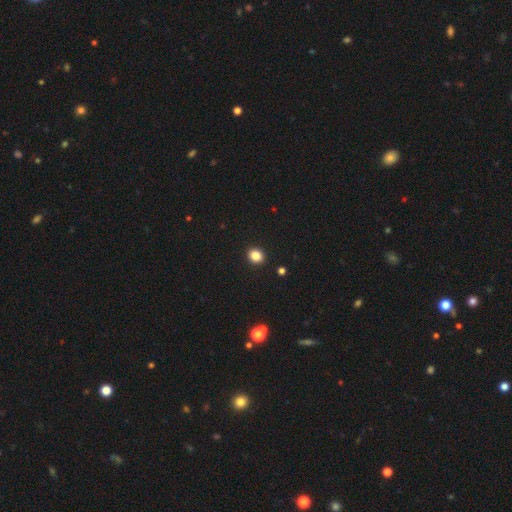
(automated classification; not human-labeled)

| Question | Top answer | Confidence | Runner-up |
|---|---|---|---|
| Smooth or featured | smooth | 85% | star or artifact (11%) |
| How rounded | round | 67% | in between (32%) |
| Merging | none | 92% | minor disturbance (5%) |